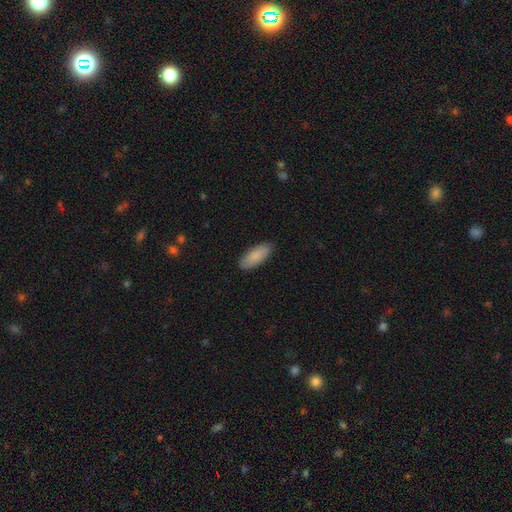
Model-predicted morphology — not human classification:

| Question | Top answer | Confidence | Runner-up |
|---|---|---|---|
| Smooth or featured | smooth | 86% | featured or disk (8%) |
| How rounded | in between | 82% | cigar-shaped (16%) |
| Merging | none | 88% | minor disturbance (10%) |